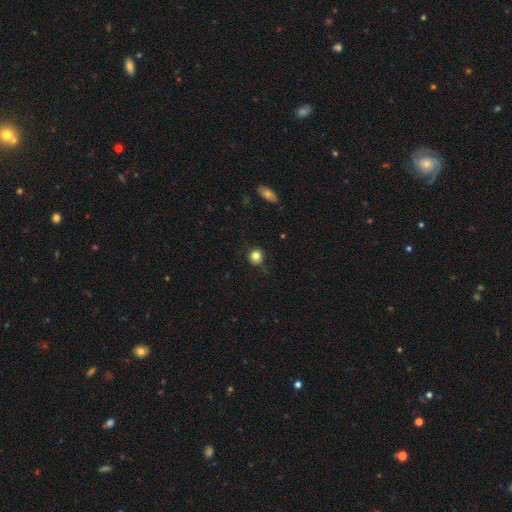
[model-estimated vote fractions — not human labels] The model was most divided on "merging": none: 82%, minor disturbance: 13%, major disturbance: 3%, merger: 1%. More confident: how rounded — round (88%); smooth or featured — smooth (82%).